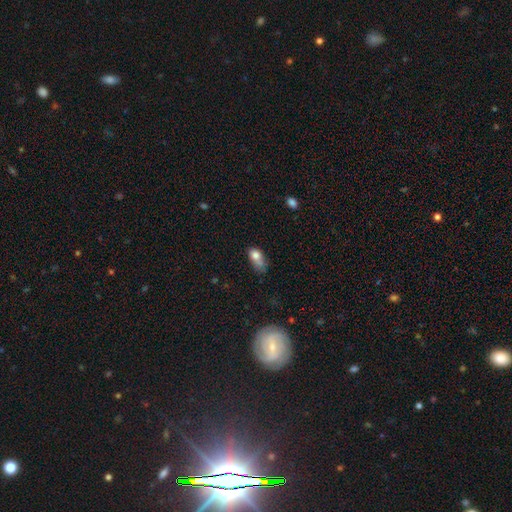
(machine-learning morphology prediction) This is likely a smooth galaxy (75%). How rounded: clearly in between (83%). Merging: marginally minor disturbance (37%).